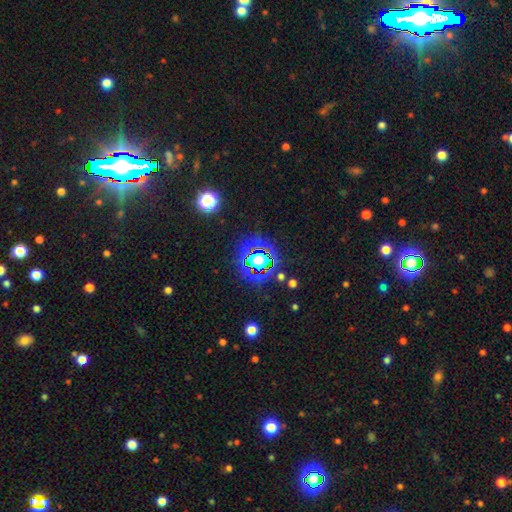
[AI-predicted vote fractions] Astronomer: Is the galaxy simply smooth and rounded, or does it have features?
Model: star or artifact — 82%.